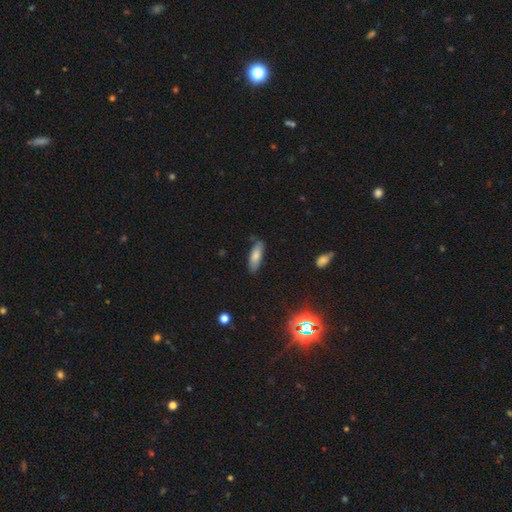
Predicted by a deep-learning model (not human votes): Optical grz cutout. It shows a smooth galaxy with no disk features (76%) that is in between round and cigar-shaped (61%). Merging: none (78%).